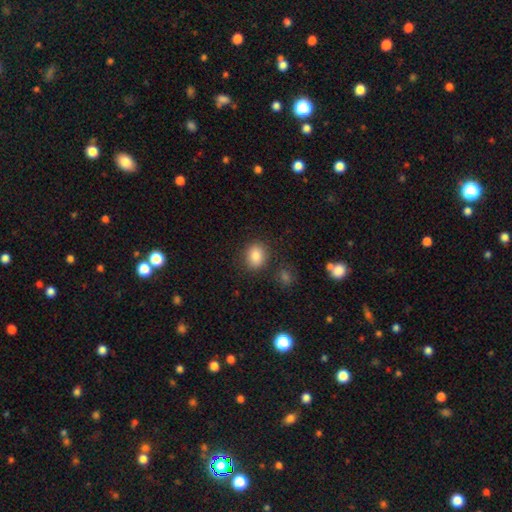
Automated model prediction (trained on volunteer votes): This is clearly a smooth galaxy (86%). How rounded: possibly in between (51%). Merging: clearly none (82%).